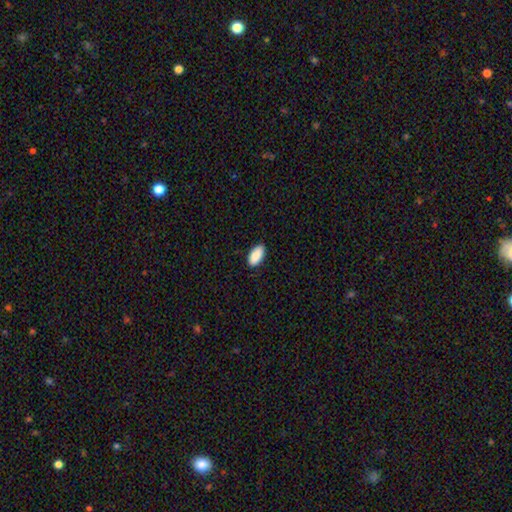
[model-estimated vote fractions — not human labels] smooth_or_featured: smooth (p=0.90) [alt: star or artifact p=0.06]
how_rounded: in between (p=0.93) [alt: cigar-shaped p=0.05]
merging: none (p=0.87) [alt: minor disturbance p=0.10]